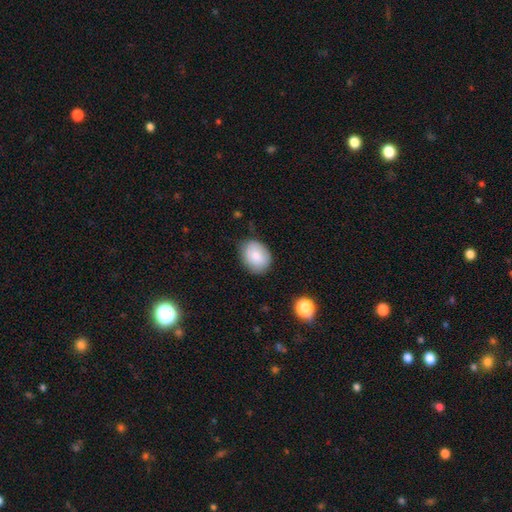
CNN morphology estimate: type=smooth (81%); roundness=in between (59%); merging=none (77%).